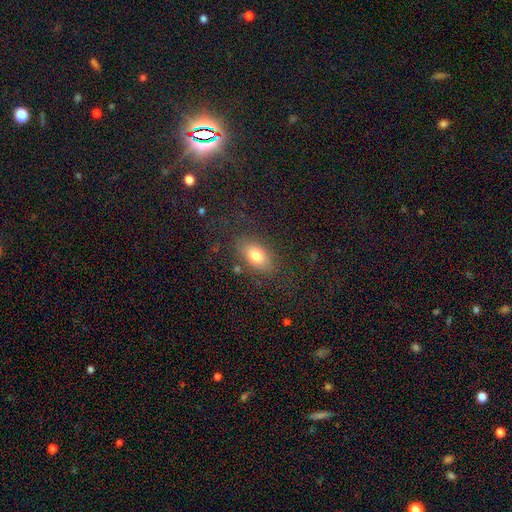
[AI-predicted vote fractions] Smooth or featured: smooth — 76% (featured or disk — 14%)
How rounded: in between — 87% (round — 9%)
Merging: none — 79% (minor disturbance — 13%)